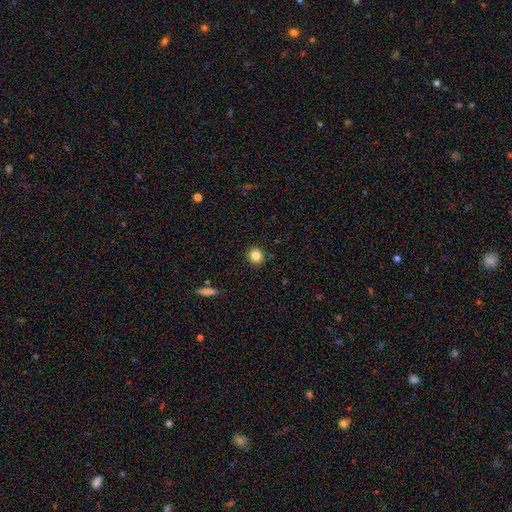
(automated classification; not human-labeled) This appears to be a smooth galaxy with no disk features (83%) that is round (86%). Merging: none (90%).